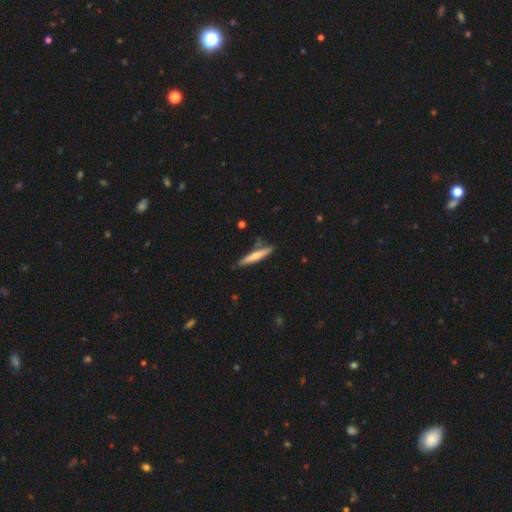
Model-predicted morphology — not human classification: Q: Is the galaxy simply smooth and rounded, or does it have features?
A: smooth — 58%.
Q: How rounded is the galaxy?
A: cigar-shaped — 92%.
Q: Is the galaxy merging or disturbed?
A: none — 82%.